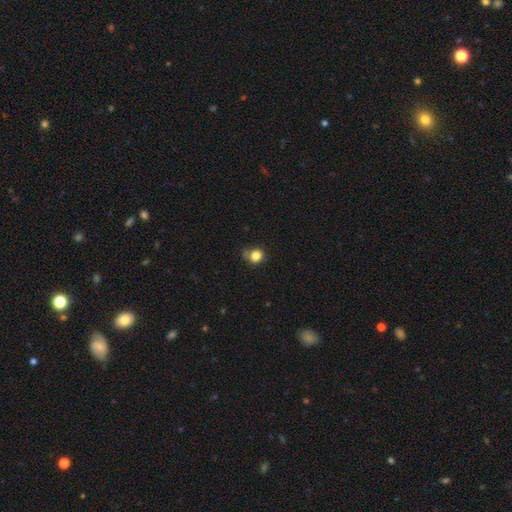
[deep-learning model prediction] This appears to be a smooth galaxy with no disk features (82%) that is round (77%). Merging: none (62%).